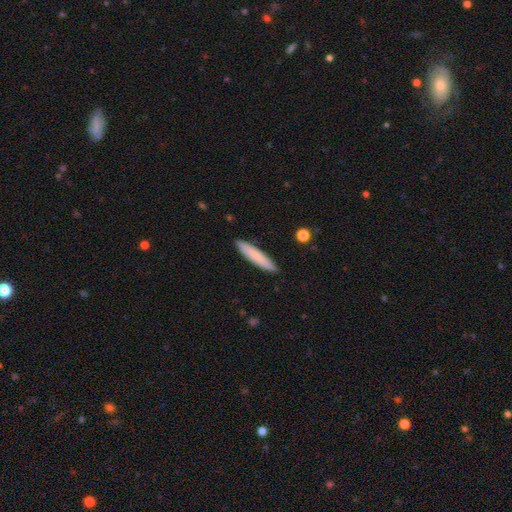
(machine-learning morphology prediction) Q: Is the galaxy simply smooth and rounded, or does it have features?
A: smooth — 81%.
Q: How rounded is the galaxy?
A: cigar-shaped — 89%.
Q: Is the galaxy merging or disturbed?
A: none — 90%.